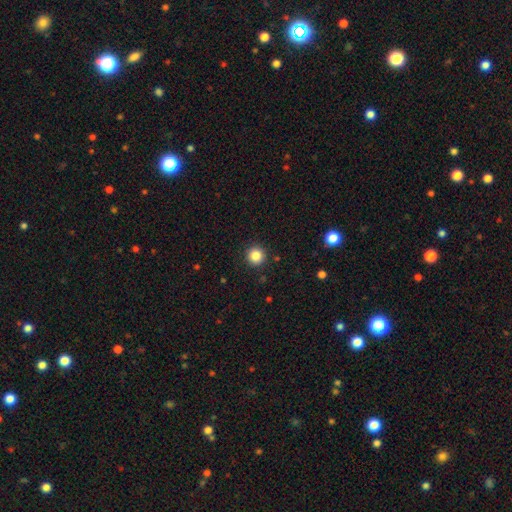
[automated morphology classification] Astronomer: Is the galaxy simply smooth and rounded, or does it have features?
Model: smooth — 85%.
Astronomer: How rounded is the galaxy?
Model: round — 95%.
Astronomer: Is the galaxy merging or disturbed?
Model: none — 92%.